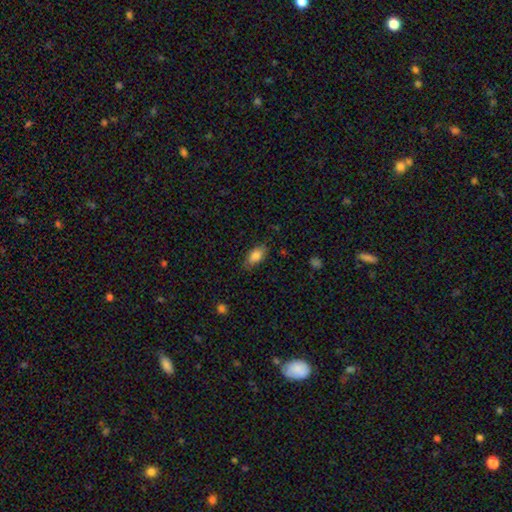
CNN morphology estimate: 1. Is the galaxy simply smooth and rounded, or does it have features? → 82% smooth, 11% featured or disk, 8% star or artifact.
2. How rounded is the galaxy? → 88% in between, 8% cigar-shaped, 4% round.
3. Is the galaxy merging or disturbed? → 79% none, 16% minor disturbance, 3% major disturbance, 1% merger.